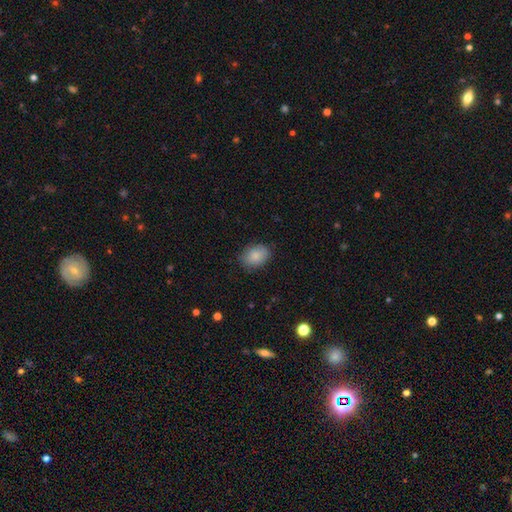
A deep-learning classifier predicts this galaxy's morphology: This appears to be a smooth galaxy with no disk features (85%) that is in between round and cigar-shaped (75%). Merging: none (81%).